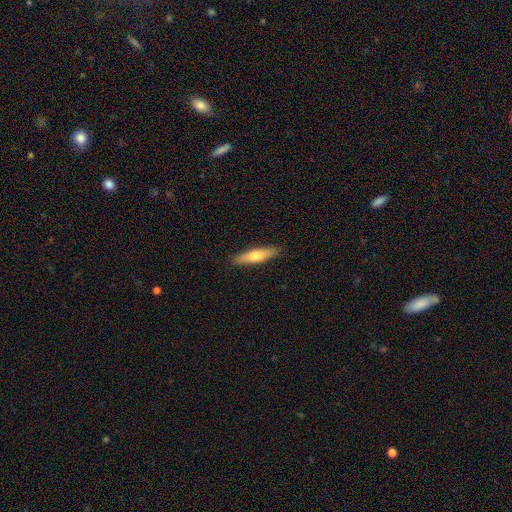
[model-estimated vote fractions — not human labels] Smooth or featured?
  - smooth: 69% *
  - featured or disk: 25%
  - star or artifact: 5%
How rounded?
  - cigar-shaped: 76% *
  - in between: 23%
  - round: 2%
Merging?
  - none: 89% *
  - minor disturbance: 8%
  - major disturbance: 2%
  - merger: 1%